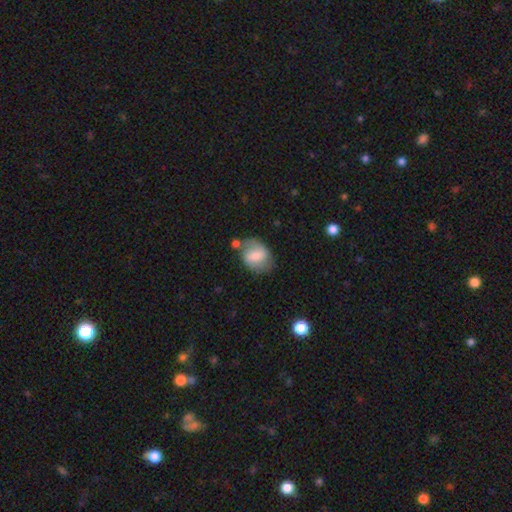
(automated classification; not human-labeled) Q: Smooth or featured?
A: smooth (53%); runner-up: featured or disk (40%)
Q: How rounded?
A: in between (56%); runner-up: round (43%)
Q: Merging?
A: none (61%); runner-up: minor disturbance (21%)